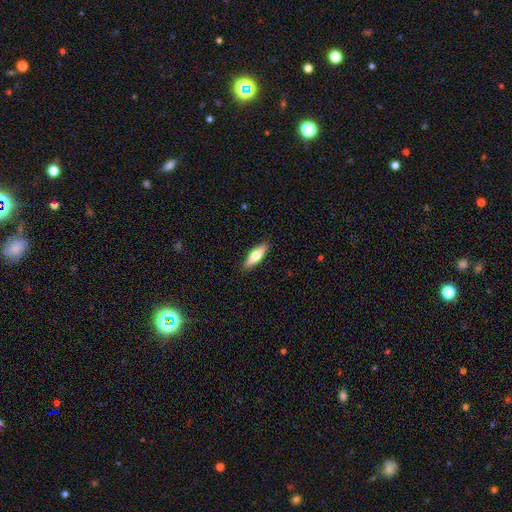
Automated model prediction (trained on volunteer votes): Overall: smooth (62%; featured or disk 32%). How rounded: cigar-shaped (51%; in between 46%). Merging: none (89%).